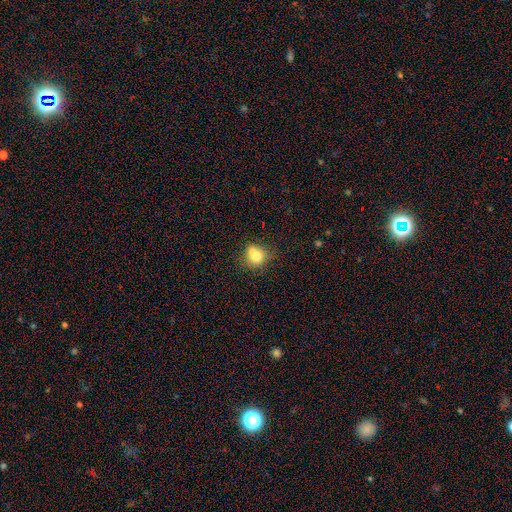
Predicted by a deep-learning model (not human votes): Overall: smooth (71%). How rounded: round (66%; in between 32%). Merging: none (46%; merger 27%).